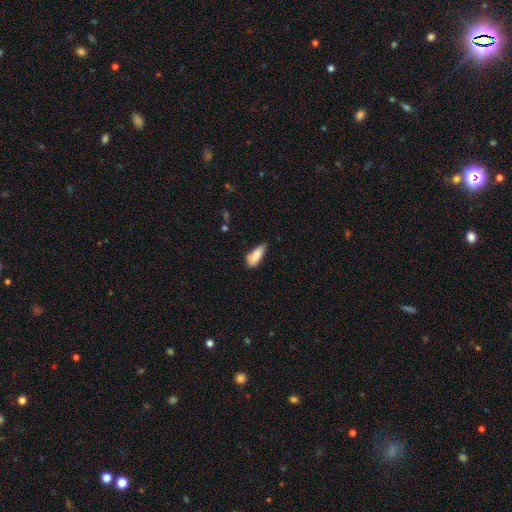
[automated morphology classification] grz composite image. It shows a smooth galaxy with no disk features (86%) that is in between round and cigar-shaped (72%). Merging: none (55%).